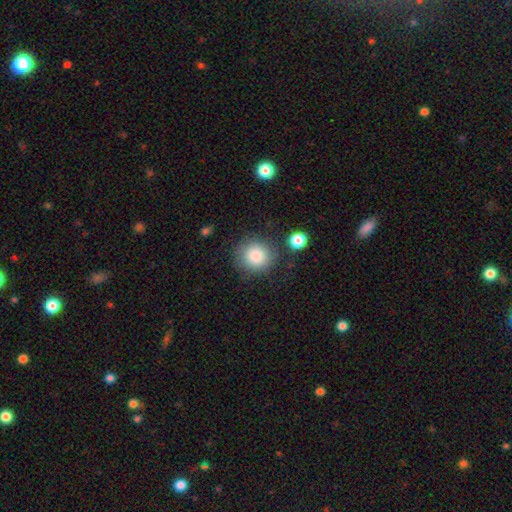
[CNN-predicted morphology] The model was most divided on "merging": none: 80%, minor disturbance: 11%, merger: 5%, major disturbance: 4%. More confident: how rounded — round (89%); smooth or featured — smooth (85%).